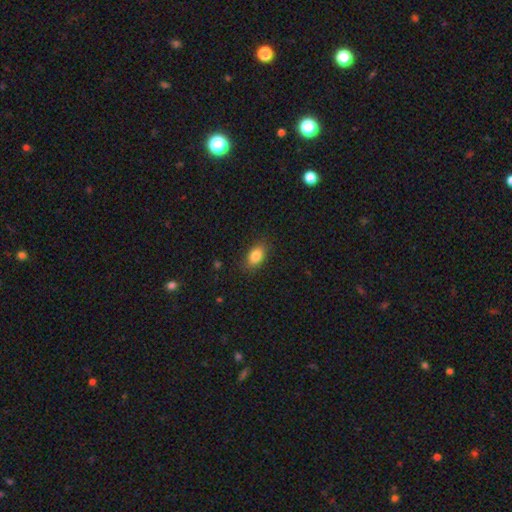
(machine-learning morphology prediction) smooth 84%, star or artifact 9%, featured or disk 8%. Down the decision tree: how rounded — in between (86%); merging — none (83%).